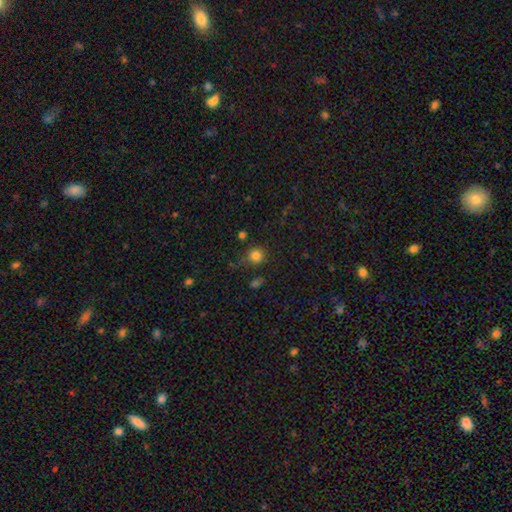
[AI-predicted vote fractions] Smooth or featured? Predicted: smooth (p=0.81). How rounded? Predicted: round (p=0.91). Merging? Predicted: none (p=0.75).